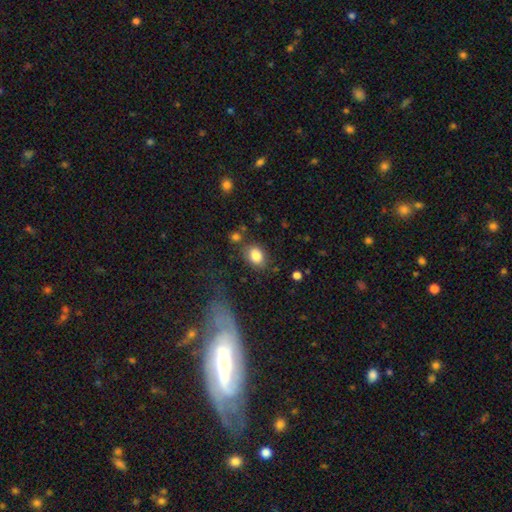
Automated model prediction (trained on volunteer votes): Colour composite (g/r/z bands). It shows a smooth galaxy with no disk features (84%) that is in between round and cigar-shaped (67%). Merging: none (76%).